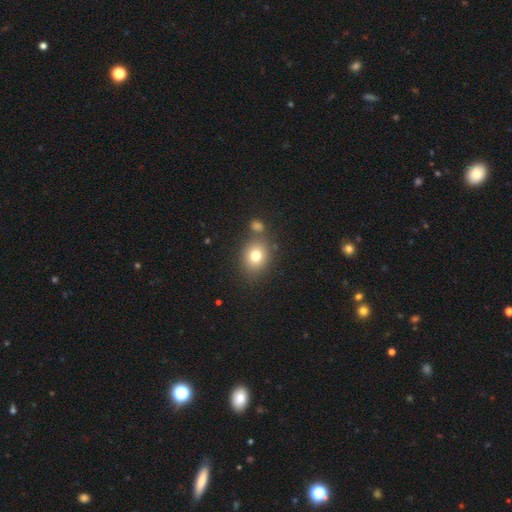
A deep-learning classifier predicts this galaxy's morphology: Q: Smooth or featured?
A: smooth (76%); runner-up: star or artifact (12%)
Q: How rounded?
A: round (58%); runner-up: in between (41%)
Q: Merging?
A: none (69%); runner-up: merger (15%)